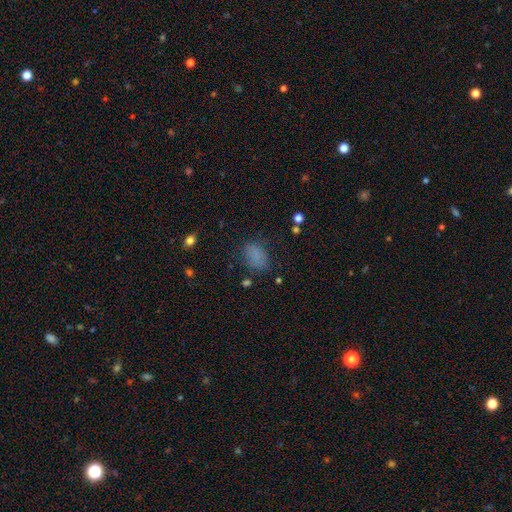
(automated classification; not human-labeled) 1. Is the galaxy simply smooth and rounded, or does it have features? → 78% smooth, 15% star or artifact, 7% featured or disk.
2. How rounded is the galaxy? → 78% in between, 20% round, 2% cigar-shaped.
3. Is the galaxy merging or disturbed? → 70% none, 20% minor disturbance, 8% major disturbance, 2% merger.